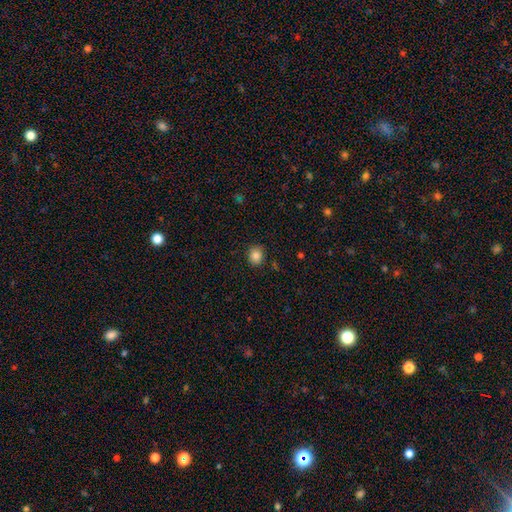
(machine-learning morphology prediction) type=smooth (85%); roundness=round (74%); merging=none (87%).